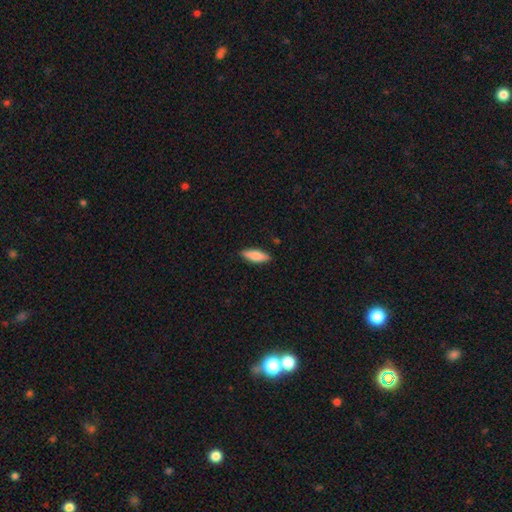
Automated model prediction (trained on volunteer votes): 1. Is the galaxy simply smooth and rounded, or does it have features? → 80% smooth, 15% featured or disk, 6% star or artifact.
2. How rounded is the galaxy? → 55% in between, 43% cigar-shaped, 2% round.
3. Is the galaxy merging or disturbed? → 88% none, 9% minor disturbance, 2% major disturbance, 1% merger.